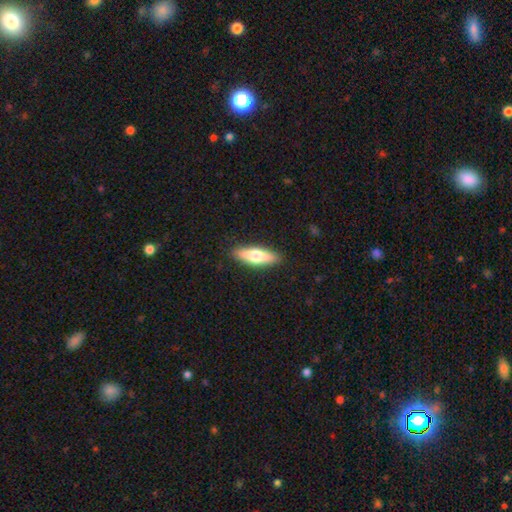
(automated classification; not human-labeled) Smooth or featured? smooth (61%)
How rounded? cigar-shaped (55%)
Merging? none (89%)